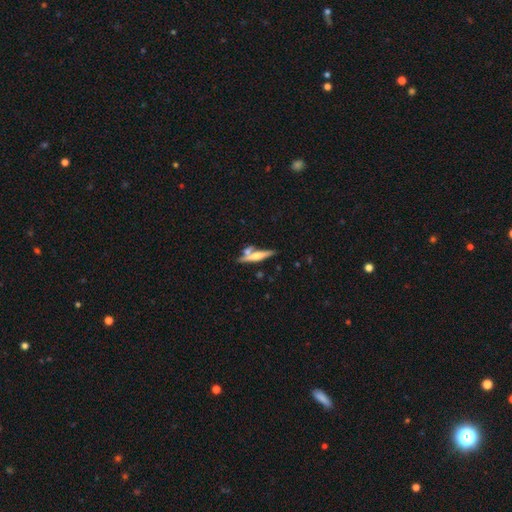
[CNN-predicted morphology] smooth_or_featured: featured or disk (p=0.56) [alt: smooth p=0.37]
disk_edge_on: yes (p=0.93) [alt: no p=0.07]
edge_on_bulge: rounded (p=0.81) [alt: none p=0.10]
merging: none (p=0.57) [alt: merger p=0.27]